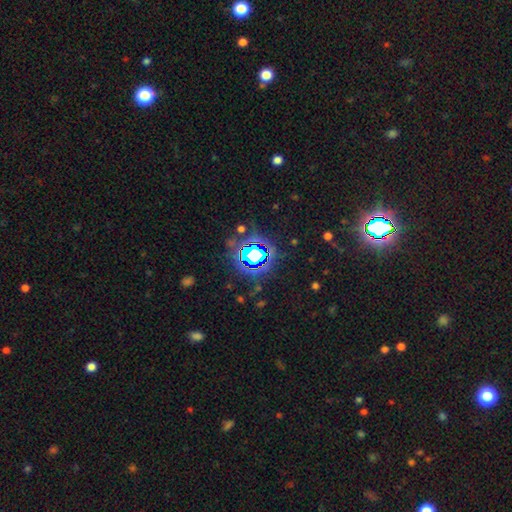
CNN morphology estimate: This appears to be a star or artifact, not a galaxy (74%).